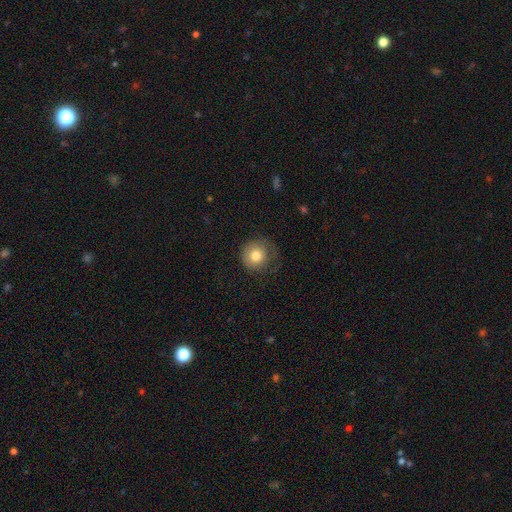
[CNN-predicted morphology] A smooth galaxy with no disk features (78%) that is round (92%).

Vote fractions:
- Smooth or featured? smooth: 78% / featured or disk: 13% / star or artifact: 9%
- How rounded? round: 92% / in between: 7% / cigar-shaped: 1%
- Merging? none: 61% / minor disturbance: 22% / major disturbance: 16% / merger: 1%